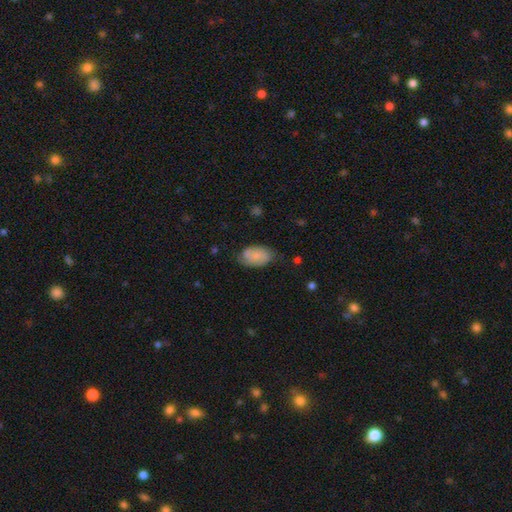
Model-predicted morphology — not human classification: This is likely a smooth galaxy (67%). How rounded: clearly in between (93%). Merging: likely none (64%).